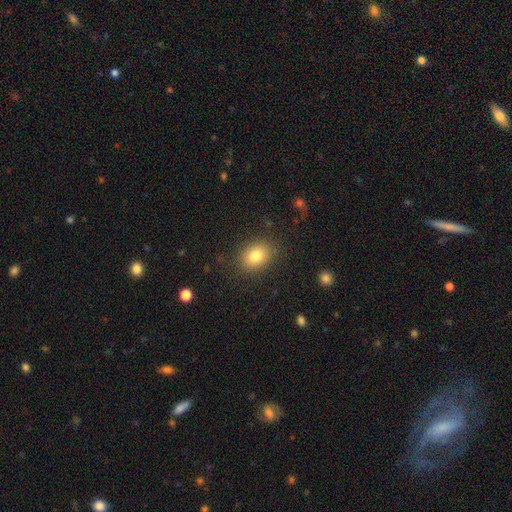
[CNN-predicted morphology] A smooth galaxy with no disk features (81%) that is in between round and cigar-shaped (62%).

Vote fractions:
- Smooth or featured? smooth: 81% / star or artifact: 10% / featured or disk: 9%
- How rounded? in between: 62% / round: 37% / cigar-shaped: 1%
- Merging? none: 85% / minor disturbance: 11% / major disturbance: 4% / merger: 1%